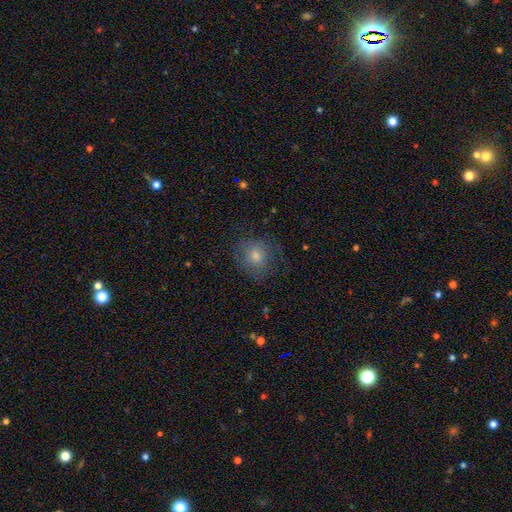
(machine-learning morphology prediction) This appears to be a smooth galaxy with no disk features (62%) that is round (87%). Merging: none (75%).